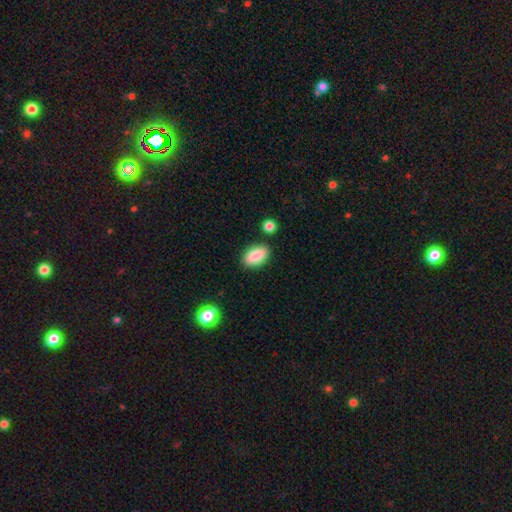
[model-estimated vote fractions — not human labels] smooth 86%, featured or disk 7%, star or artifact 7%. Down the decision tree: how rounded — in between (91%); merging — none (85%).